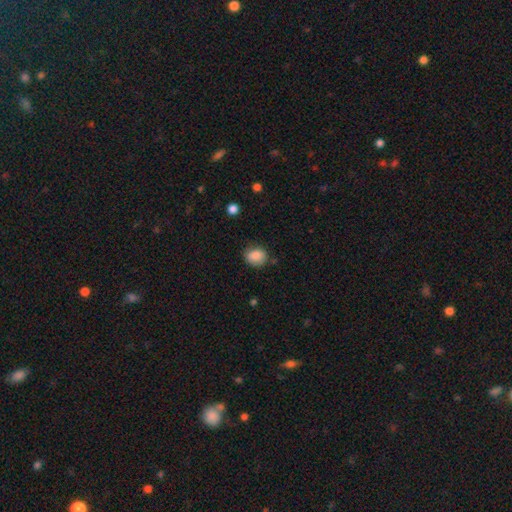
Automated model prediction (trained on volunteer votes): smooth 86%, star or artifact 9%, featured or disk 5%. Down the decision tree: how rounded — round (51%); merging — none (77%).